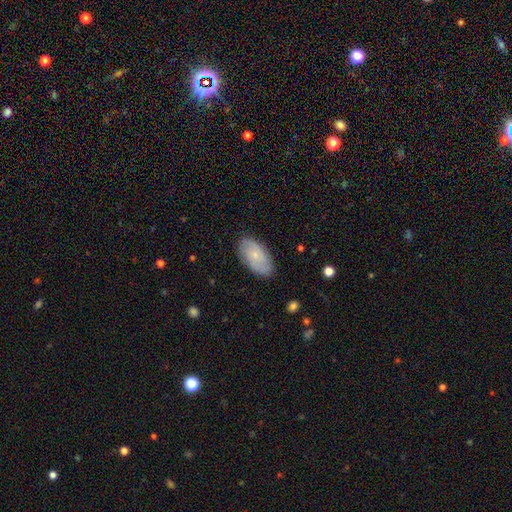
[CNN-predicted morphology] Smooth or featured: smooth — 52% (featured or disk — 41%)
How rounded: in between — 93% (round — 4%)
Merging: none — 82% (minor disturbance — 14%)